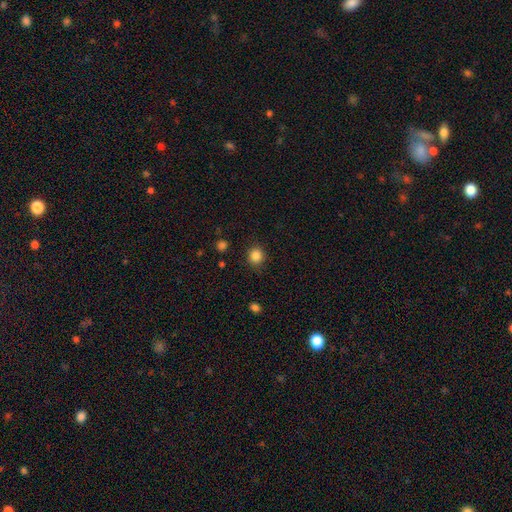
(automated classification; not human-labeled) Smooth or featured? smooth (85%)
How rounded? round (86%)
Merging? none (87%)